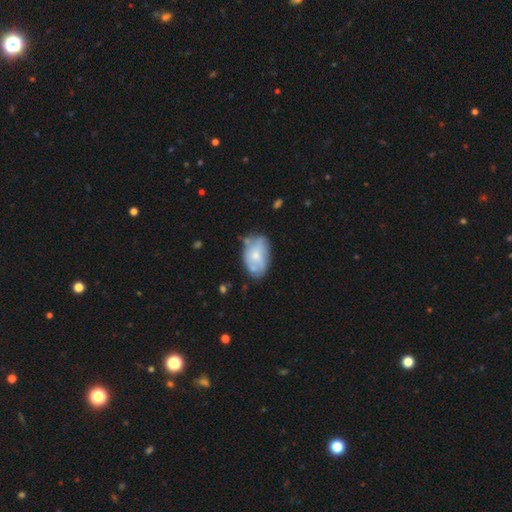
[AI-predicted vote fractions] smooth-or-featured: smooth: 48% | featured or disk: 45% | star or artifact: 7%
  merging: none: 55% | minor disturbance: 27% | major disturbance: 10% | merger: 7%